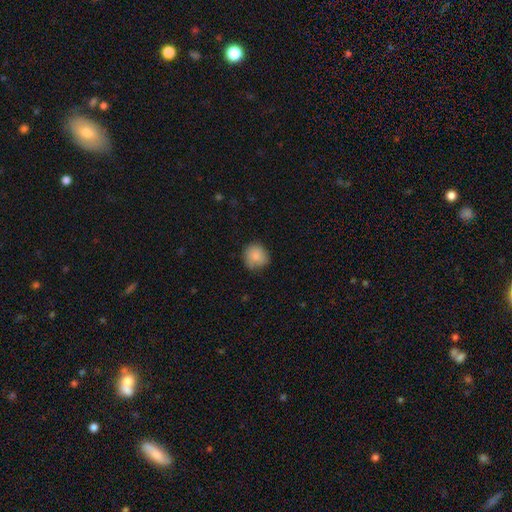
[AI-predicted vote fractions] Q: Smooth or featured?
A: smooth (84%); runner-up: star or artifact (8%)
Q: How rounded?
A: round (87%); runner-up: in between (12%)
Q: Merging?
A: none (72%); runner-up: minor disturbance (23%)